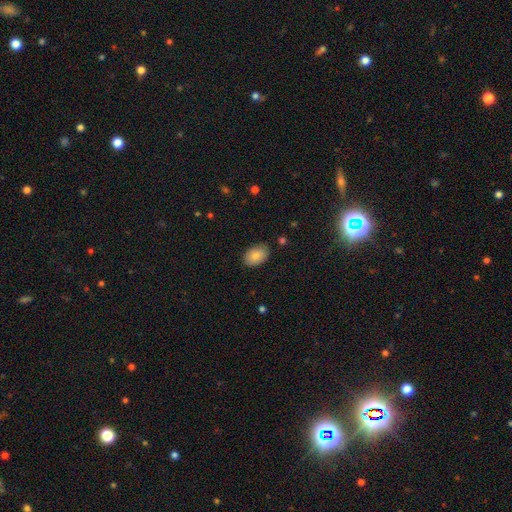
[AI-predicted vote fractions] smooth_or_featured: smooth (p=0.84) [alt: featured or disk p=0.08]
how_rounded: in between (p=0.87) [alt: round p=0.11]
merging: none (p=0.85) [alt: minor disturbance p=0.11]